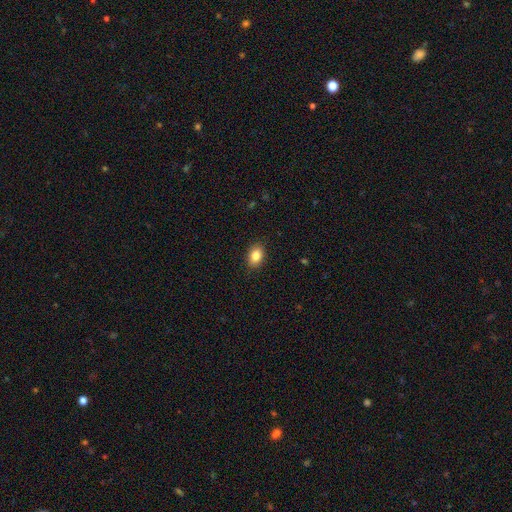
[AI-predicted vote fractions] A smooth galaxy with no disk features (84%) that is in between round and cigar-shaped (80%).

Vote fractions:
- Smooth or featured? smooth: 84% / star or artifact: 9% / featured or disk: 7%
- How rounded? in between: 80% / round: 19% / cigar-shaped: 1%
- Merging? none: 89% / minor disturbance: 8% / major disturbance: 2% / merger: 1%